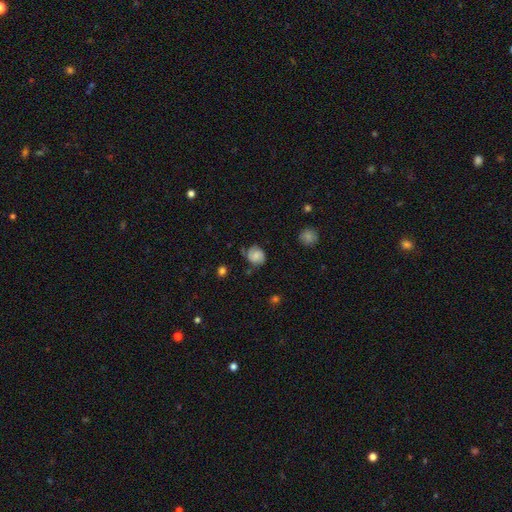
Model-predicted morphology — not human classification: A smooth galaxy with no disk features (54%) that is round (70%).

Vote fractions:
- Smooth or featured? smooth: 54% / featured or disk: 37% / star or artifact: 9%
- How rounded? round: 70% / in between: 29% / cigar-shaped: 1%
- Merging? none: 58% / minor disturbance: 28% / major disturbance: 11% / merger: 2%